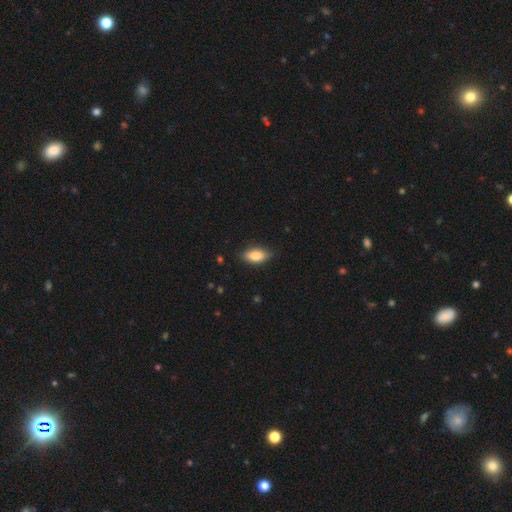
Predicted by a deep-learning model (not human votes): Overall: smooth (81%). How rounded: in between (88%). Merging: none (84%).